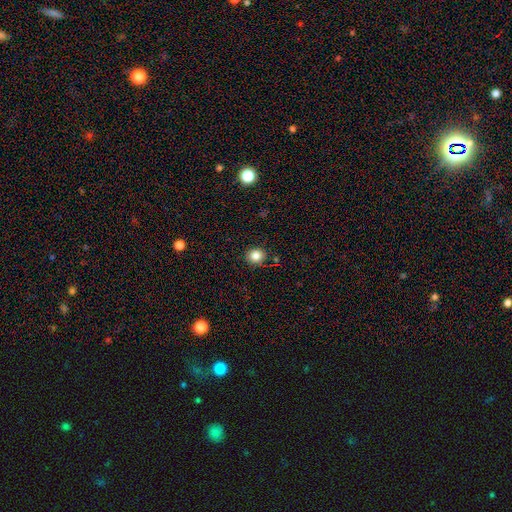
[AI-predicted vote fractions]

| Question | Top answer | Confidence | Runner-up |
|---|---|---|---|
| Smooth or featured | smooth | 85% | star or artifact (11%) |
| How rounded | round | 86% | in between (13%) |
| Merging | none | 88% | minor disturbance (8%) |